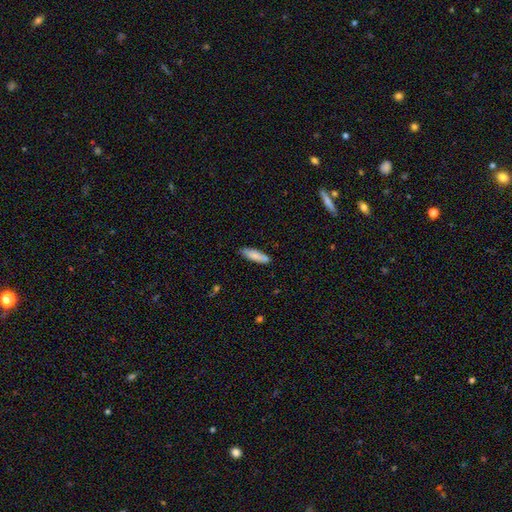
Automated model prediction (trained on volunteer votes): The model was most divided on "how rounded": cigar-shaped: 60%, in between: 39%, round: 1%. More confident: smooth or featured — smooth (83%); merging — none (81%).